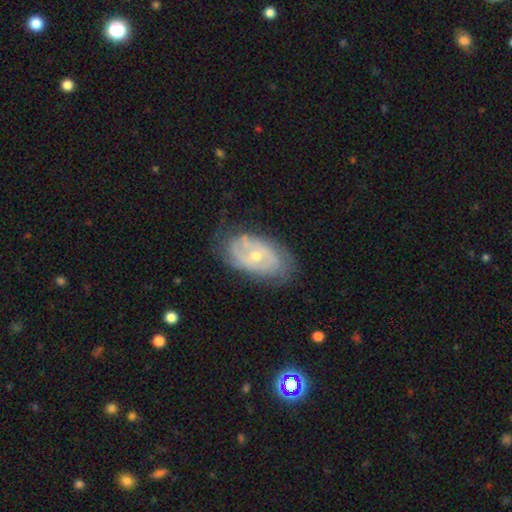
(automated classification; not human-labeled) Smooth or featured? Predicted: featured or disk (p=0.75). Edge-on disk? Predicted: no (p=0.94). Bar? Predicted: no (p=0.68). Spiral arms? Predicted: yes (p=0.80). Spiral winding? Predicted: tight (p=0.60). Spiral arm count? Predicted: can't tell (p=0.43). Bulge size? Predicted: small (p=0.52). Merging? Predicted: none (p=0.70).